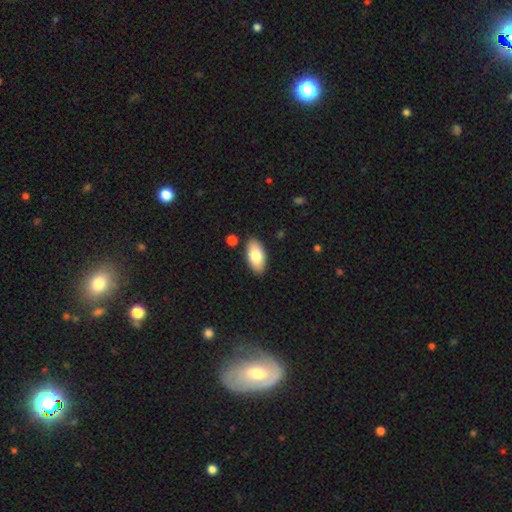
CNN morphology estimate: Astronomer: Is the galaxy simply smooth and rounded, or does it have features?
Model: smooth — 77%.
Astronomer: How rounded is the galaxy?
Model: in between — 93%.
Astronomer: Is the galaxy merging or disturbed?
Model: none — 87%.